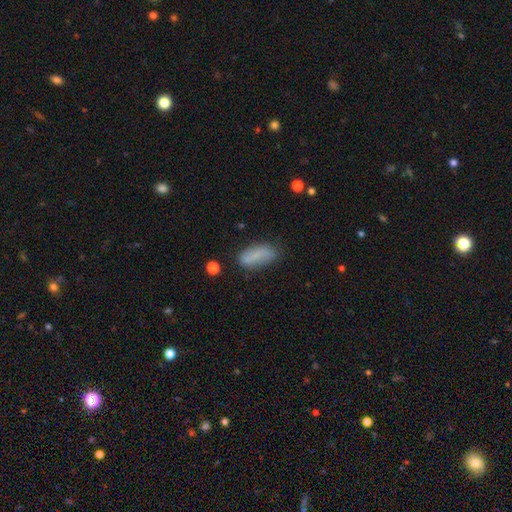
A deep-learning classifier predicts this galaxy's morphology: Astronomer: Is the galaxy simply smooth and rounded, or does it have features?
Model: smooth — 76%.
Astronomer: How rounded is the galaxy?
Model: in between — 76%.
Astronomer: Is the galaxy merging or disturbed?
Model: none — 65%.